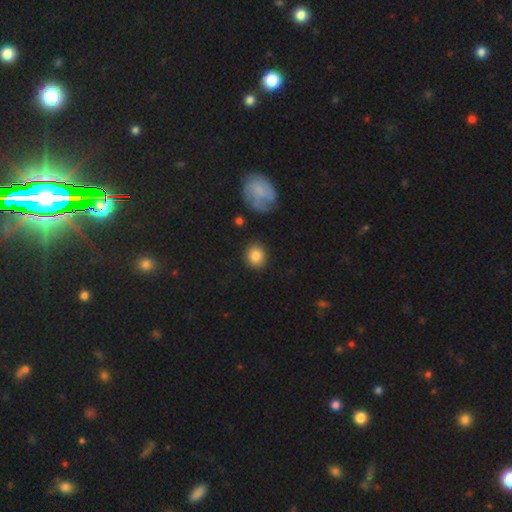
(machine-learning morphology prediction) Smooth or featured: smooth — 84% (featured or disk — 8%)
How rounded: round — 81% (in between — 18%)
Merging: none — 87% (minor disturbance — 8%)